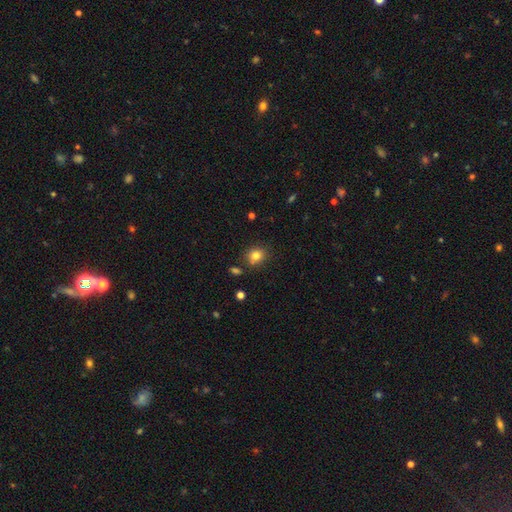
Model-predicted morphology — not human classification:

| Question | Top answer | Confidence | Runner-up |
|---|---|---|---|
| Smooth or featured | smooth | 80% | star or artifact (13%) |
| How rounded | round | 76% | in between (23%) |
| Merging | none | 79% | minor disturbance (11%) |